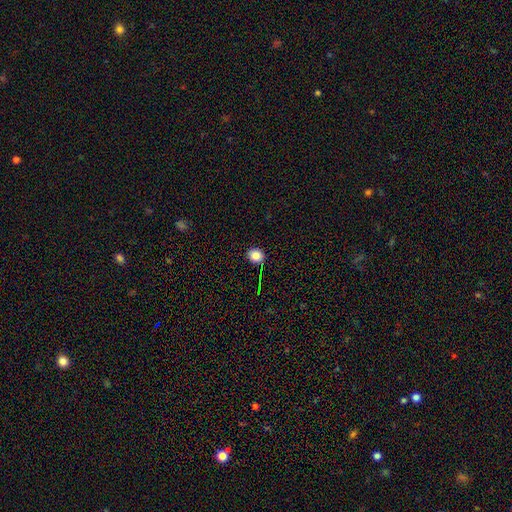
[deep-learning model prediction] smooth-or-featured: smooth: 83% | star or artifact: 12% | featured or disk: 5%
  how-rounded: round: 70% | in between: 29% | cigar-shaped: 1%
  merging: none: 89% | minor disturbance: 8% | major disturbance: 2% | merger: 2%